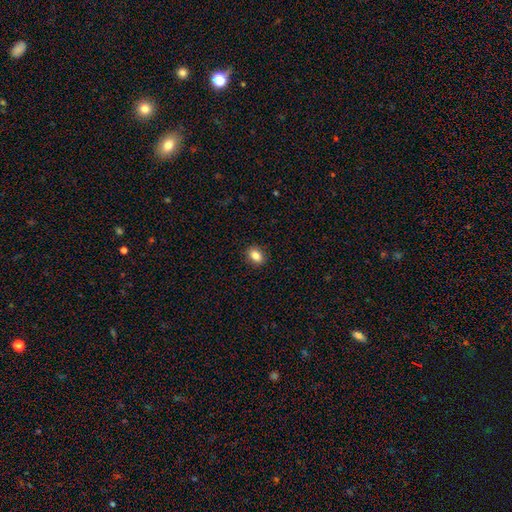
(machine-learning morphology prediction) This is clearly a smooth galaxy (84%). How rounded: likely in between (73%). Merging: clearly none (90%).